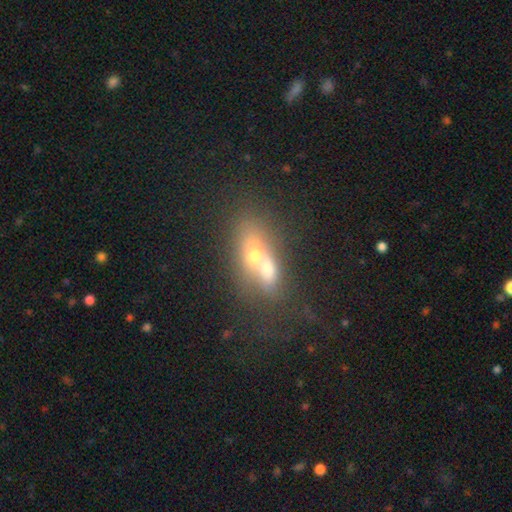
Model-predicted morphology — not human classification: A smooth galaxy with no disk features (49%). Merging: merger (69%).